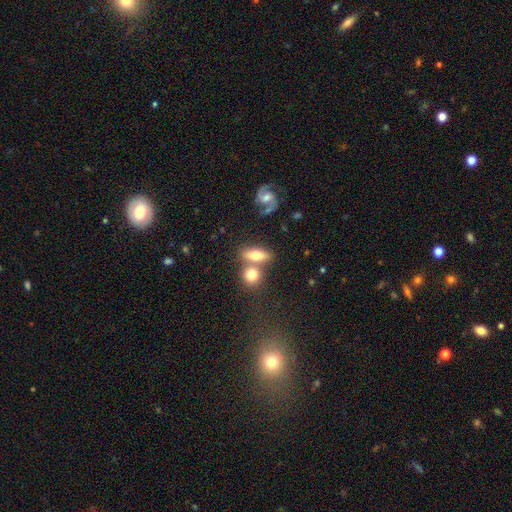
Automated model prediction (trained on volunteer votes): Smooth or featured: smooth — 65% (featured or disk — 27%)
How rounded: in between — 63% (cigar-shaped — 21%)
Merging: none — 49% (merger — 35%)